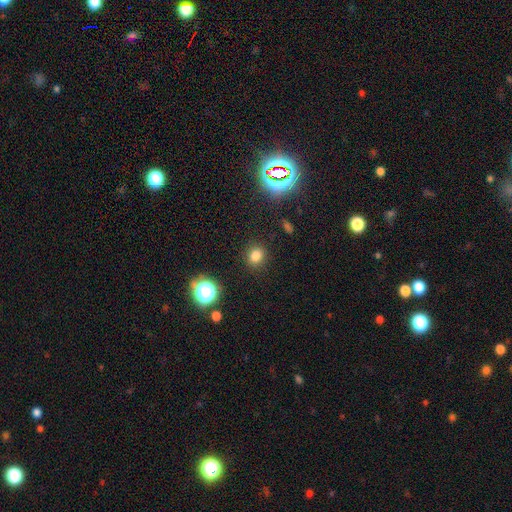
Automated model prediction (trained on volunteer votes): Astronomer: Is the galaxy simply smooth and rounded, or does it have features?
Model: smooth — 78%.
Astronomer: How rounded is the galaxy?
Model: round — 71%.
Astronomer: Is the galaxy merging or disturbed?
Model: none — 88%.